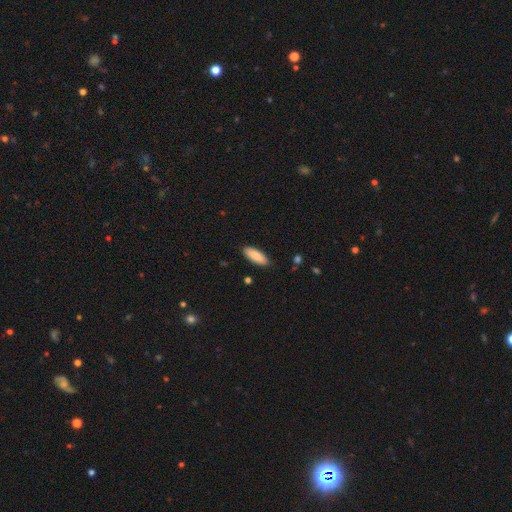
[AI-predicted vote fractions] Smooth or featured: smooth — 87% (featured or disk — 8%)
How rounded: in between — 70% (cigar-shaped — 28%)
Merging: none — 88% (minor disturbance — 9%)